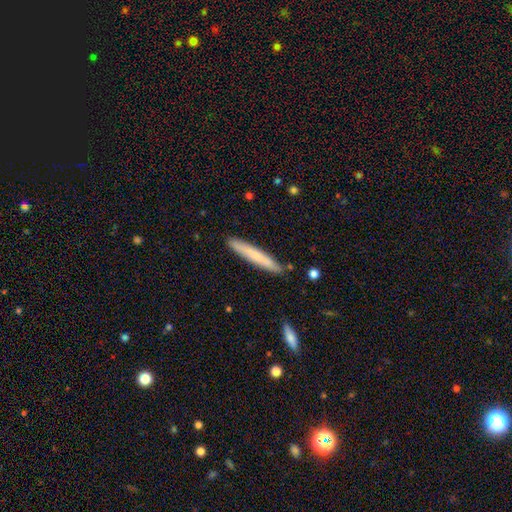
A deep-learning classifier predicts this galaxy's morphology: smooth_or_featured: smooth (p=0.69) [alt: featured or disk p=0.25]
how_rounded: cigar-shaped (p=0.95) [alt: in between p=0.04]
merging: none (p=0.88) [alt: minor disturbance p=0.09]